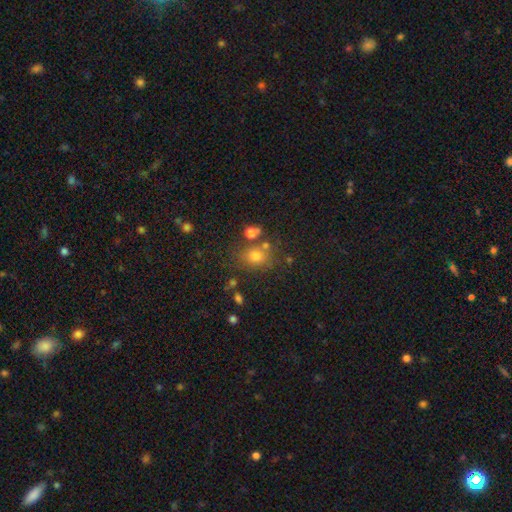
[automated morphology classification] Smooth or featured: smooth — 71% (star or artifact — 18%)
How rounded: round — 66% (in between — 33%)
Merging: none — 68% (minor disturbance — 13%)